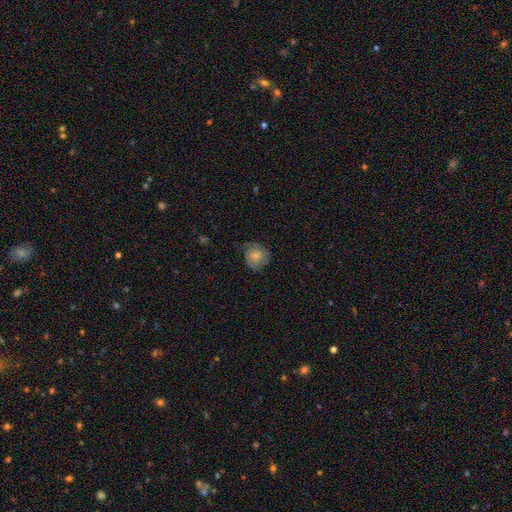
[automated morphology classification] The model was most divided on "merging": none: 60%, minor disturbance: 27%, major disturbance: 12%, merger: 1%. More confident: how rounded — round (81%); smooth or featured — smooth (64%).